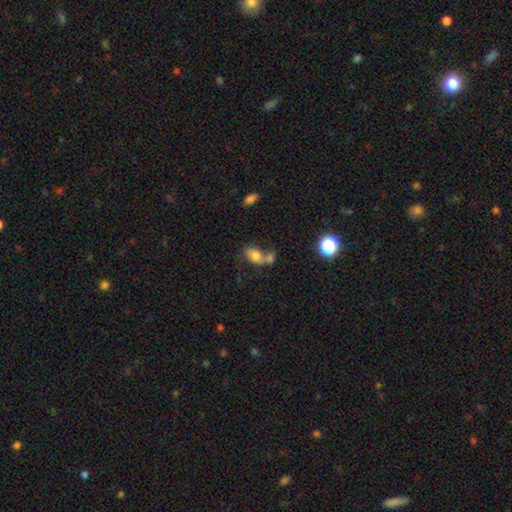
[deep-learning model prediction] This appears to be a smooth galaxy with no disk features (66%) that is in between round and cigar-shaped (81%). Merging: merger (50%).